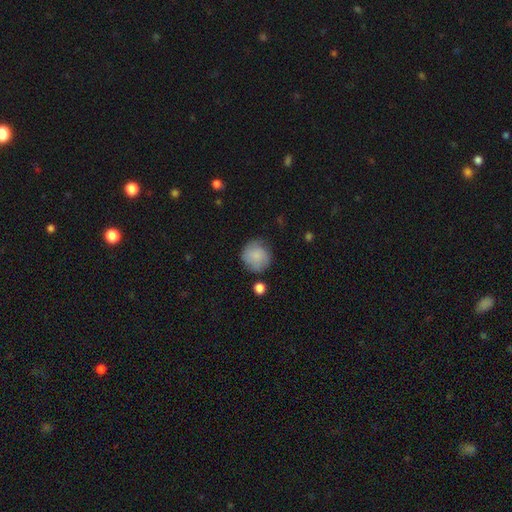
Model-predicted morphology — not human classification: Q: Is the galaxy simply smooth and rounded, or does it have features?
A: smooth — 76%.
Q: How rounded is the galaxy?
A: round — 90%.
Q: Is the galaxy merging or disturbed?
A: none — 71%.